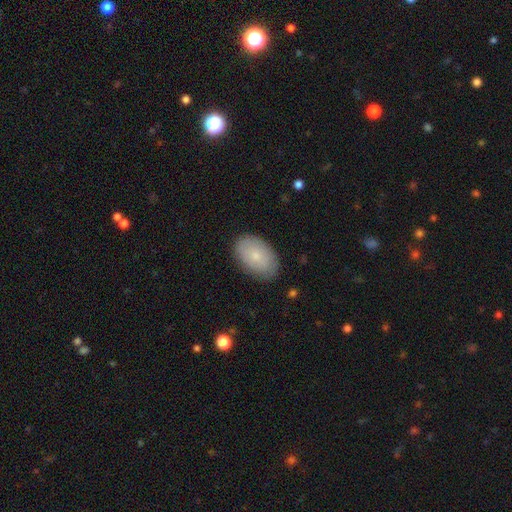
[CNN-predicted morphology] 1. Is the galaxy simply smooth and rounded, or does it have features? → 72% smooth, 22% featured or disk, 6% star or artifact.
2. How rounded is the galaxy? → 90% in between, 8% round, 1% cigar-shaped.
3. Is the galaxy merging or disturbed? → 82% none, 14% minor disturbance, 3% major disturbance, 1% merger.